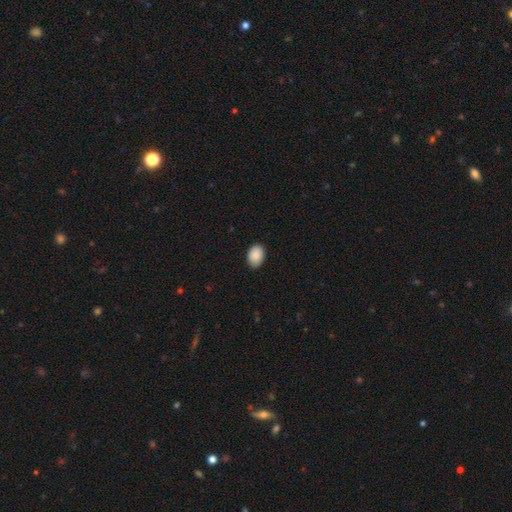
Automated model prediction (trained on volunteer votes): Smooth or featured? Predicted: smooth (p=0.90). How rounded? Predicted: in between (p=0.81). Merging? Predicted: none (p=0.87).